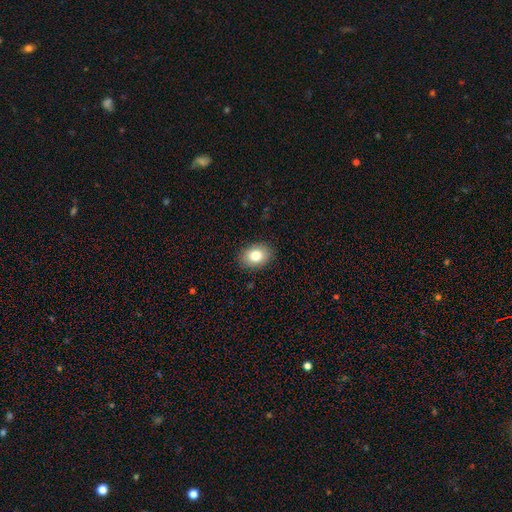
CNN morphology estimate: Smooth or featured?
  - smooth: 81% *
  - featured or disk: 11%
  - star or artifact: 9%
How rounded?
  - in between: 68% *
  - round: 32%
  - cigar-shaped: 1%
Merging?
  - none: 88% *
  - minor disturbance: 8%
  - major disturbance: 2%
  - merger: 1%